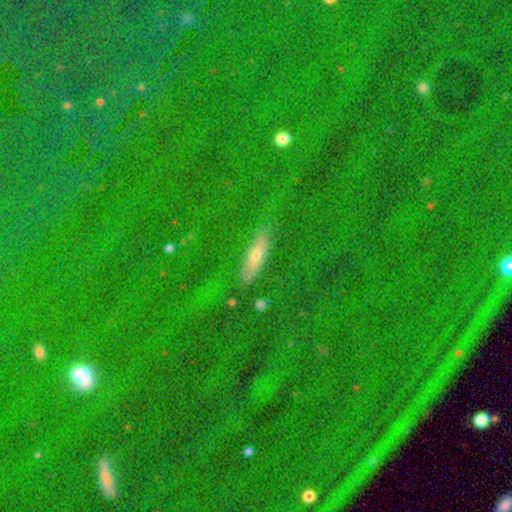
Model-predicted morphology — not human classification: Smooth or featured: smooth — 39% (star or artifact — 38%)
Merging: none — 84% (minor disturbance — 9%)